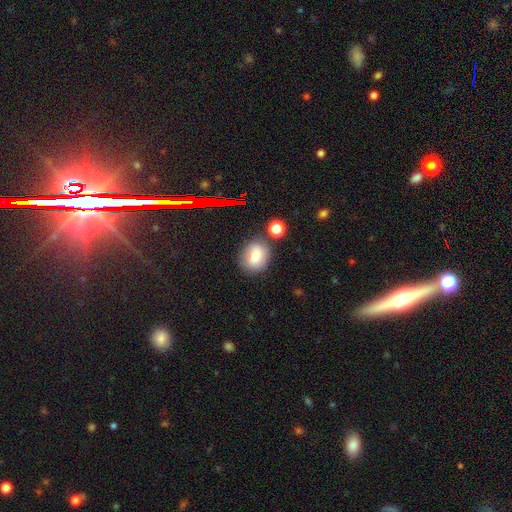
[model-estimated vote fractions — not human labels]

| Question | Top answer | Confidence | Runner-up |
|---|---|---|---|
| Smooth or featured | smooth | 75% | featured or disk (13%) |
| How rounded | in between | 50% | round (49%) |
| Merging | none | 75% | minor disturbance (14%) |